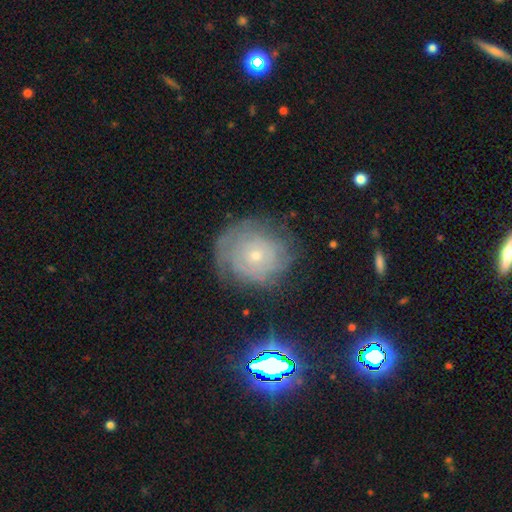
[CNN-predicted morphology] Smooth or featured? featured or disk (59%)
Edge-on disk? no (97%)
Bar? no (87%)
Spiral arms? yes (74%)
Bulge size? small (76%)
Merging? none (70%)